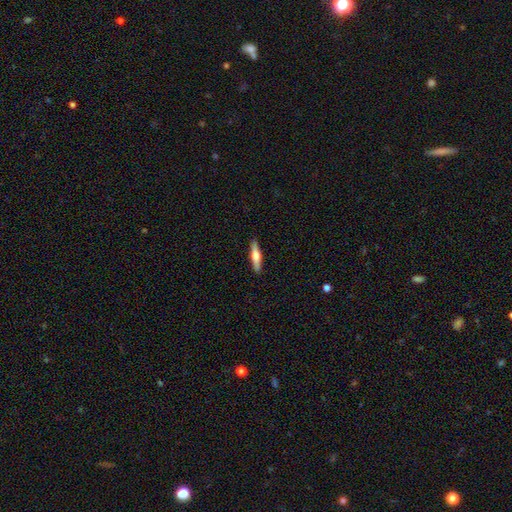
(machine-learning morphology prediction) This is possibly a smooth galaxy (49%). Merging: clearly none (91%).